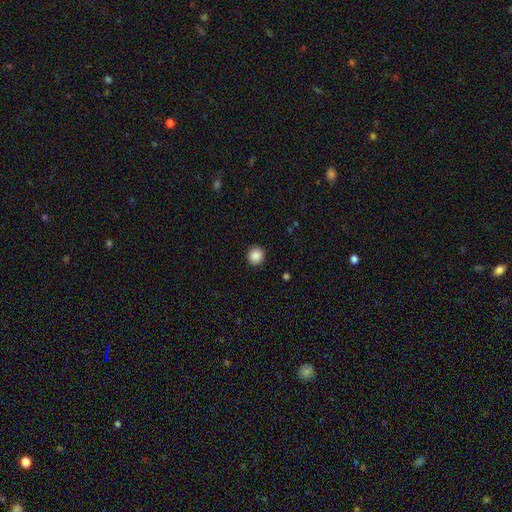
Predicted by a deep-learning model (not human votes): smooth 88%, star or artifact 9%, featured or disk 3%. Down the decision tree: how rounded — round (91%); merging — none (91%).